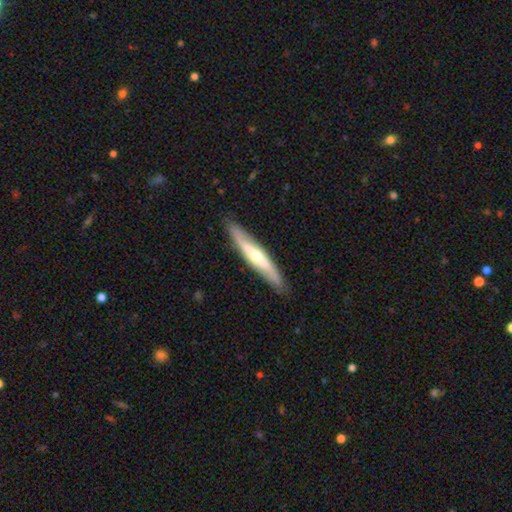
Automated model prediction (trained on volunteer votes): Smooth or featured? Predicted: featured or disk (p=0.59). Edge-on disk? Predicted: yes (p=0.81). Merging? Predicted: none (p=0.87).